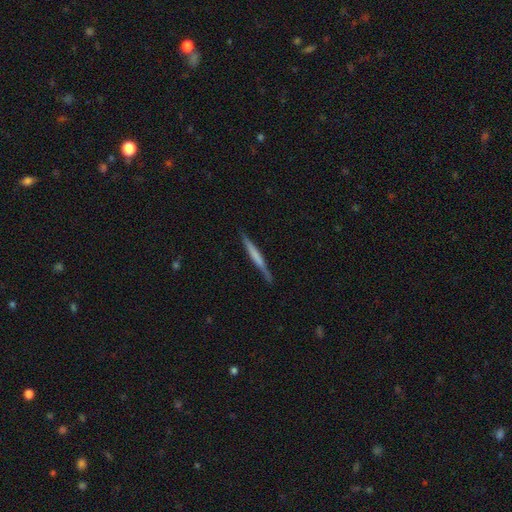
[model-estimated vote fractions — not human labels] Smooth or featured? smooth (48%)
Merging? none (86%)